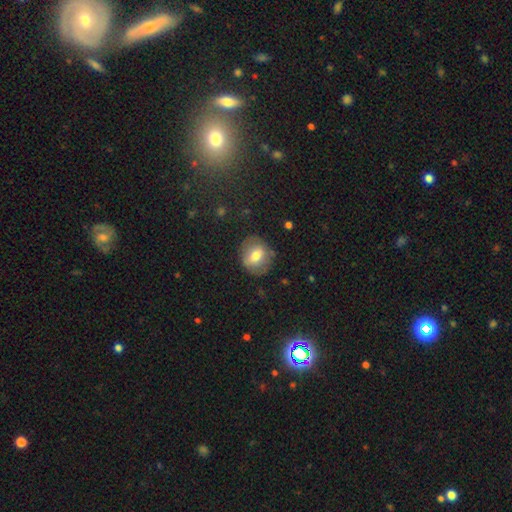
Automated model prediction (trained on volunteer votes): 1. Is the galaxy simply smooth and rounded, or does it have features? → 64% smooth, 27% featured or disk, 9% star or artifact.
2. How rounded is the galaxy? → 72% round, 27% in between, 1% cigar-shaped.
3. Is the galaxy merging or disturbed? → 77% none, 16% minor disturbance, 5% major disturbance, 2% merger.